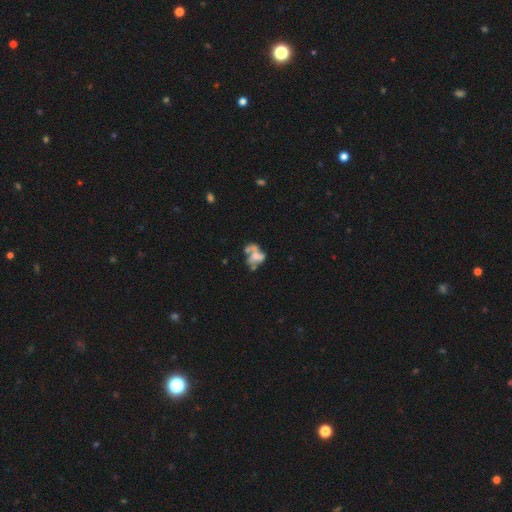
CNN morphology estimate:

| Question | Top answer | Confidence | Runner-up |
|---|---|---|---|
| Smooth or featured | featured or disk | 54% | smooth (33%) |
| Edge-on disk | no | 97% | yes (3%) |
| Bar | no | 85% | weak (12%) |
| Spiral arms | no | 81% | yes (19%) |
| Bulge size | moderate | 43% | small (24%) |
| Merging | merger | 41% | none (24%) |